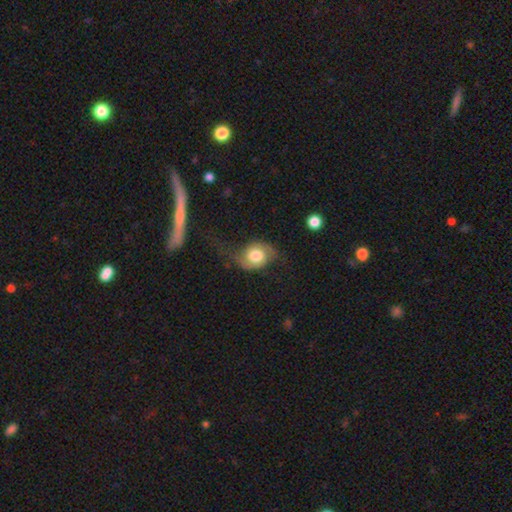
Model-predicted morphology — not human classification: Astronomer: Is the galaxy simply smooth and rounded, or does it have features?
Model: featured or disk — 53% (runner-up: smooth, 40%).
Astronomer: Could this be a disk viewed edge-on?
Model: no — 96%.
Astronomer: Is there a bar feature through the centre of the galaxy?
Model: no — 70%.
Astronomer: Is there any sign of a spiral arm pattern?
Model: yes — 85%.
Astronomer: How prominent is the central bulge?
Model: moderate — 45% (runner-up: large, 41%).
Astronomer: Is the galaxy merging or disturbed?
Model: none — 46% (runner-up: major disturbance, 27%).